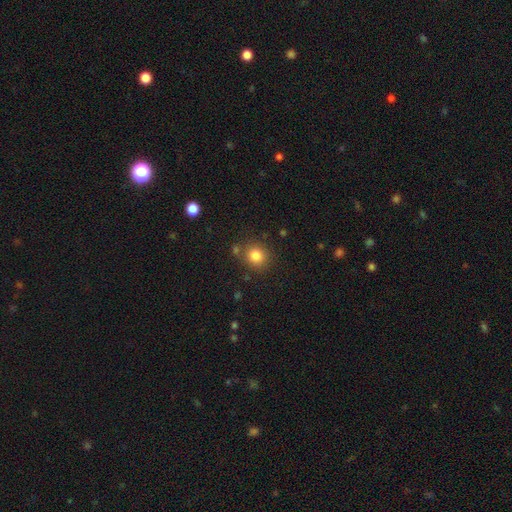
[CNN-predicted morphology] This is clearly a smooth galaxy (82%). How rounded: clearly round (87%). Merging: likely none (80%).